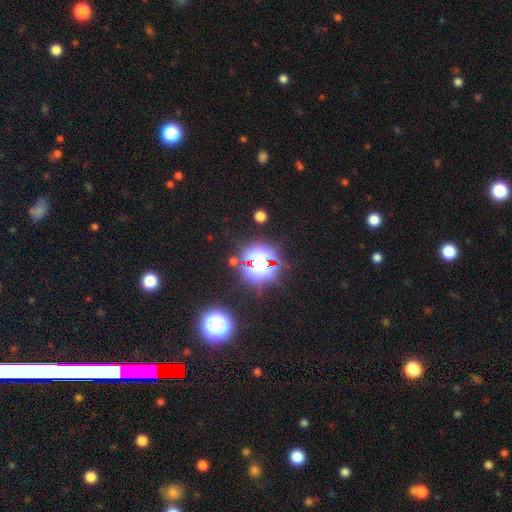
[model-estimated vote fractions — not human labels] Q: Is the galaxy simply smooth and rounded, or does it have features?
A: star or artifact — 80%.